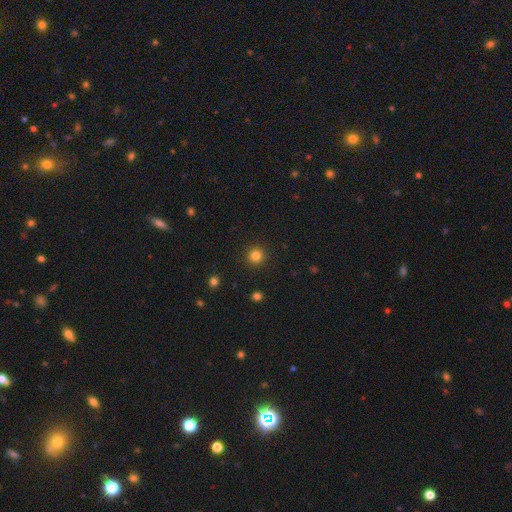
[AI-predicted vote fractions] Smooth or featured?
  - smooth: 82% *
  - star or artifact: 13%
  - featured or disk: 5%
How rounded?
  - round: 95% *
  - in between: 4%
  - cigar-shaped: 1%
Merging?
  - none: 92% *
  - minor disturbance: 5%
  - major disturbance: 2%
  - merger: 1%